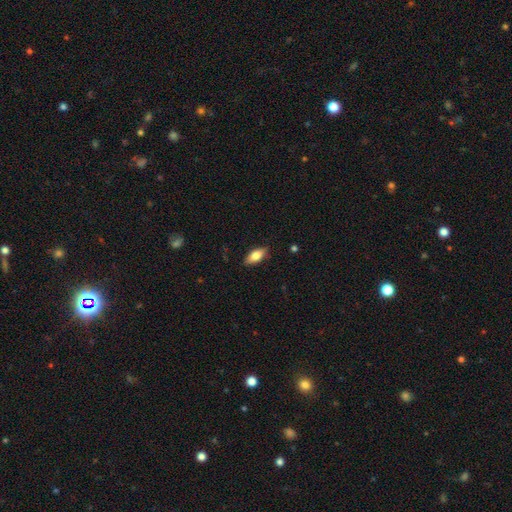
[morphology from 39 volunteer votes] smooth 62%, featured or disk 28%, star or artifact 10%. Down the decision tree: how rounded — in between (75%); merging — none (86%).